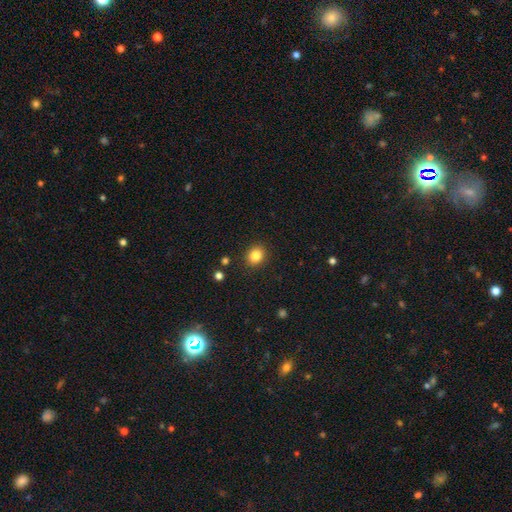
Overall: smooth (95%). How rounded: round (71%). Merging: none (92%).